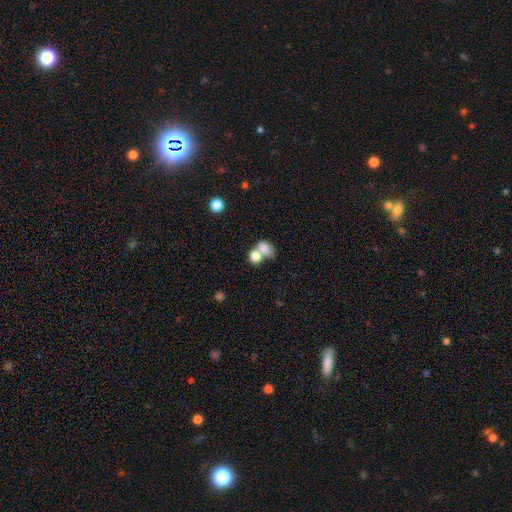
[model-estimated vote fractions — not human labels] Q: Smooth or featured?
A: smooth (79%); runner-up: featured or disk (11%)
Q: How rounded?
A: in between (53%); runner-up: round (46%)
Q: Merging?
A: merger (63%); runner-up: none (25%)